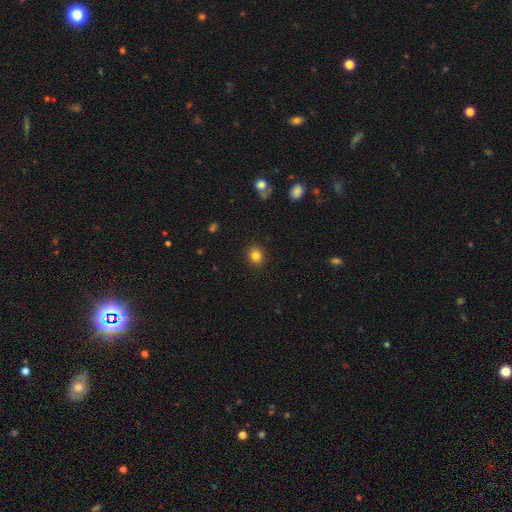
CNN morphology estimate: type=smooth (83%); roundness=round (82%); merging=none (91%).